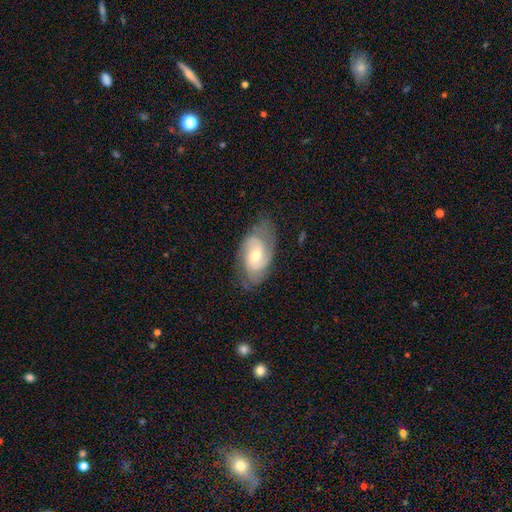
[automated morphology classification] type=featured or disk (76%); edge-on=no (95%); bar=no (55%); spiral arms=yes (93%); winding=medium (44%); arm count=2 (48%); bulge=moderate (53%); merging=none (64%).